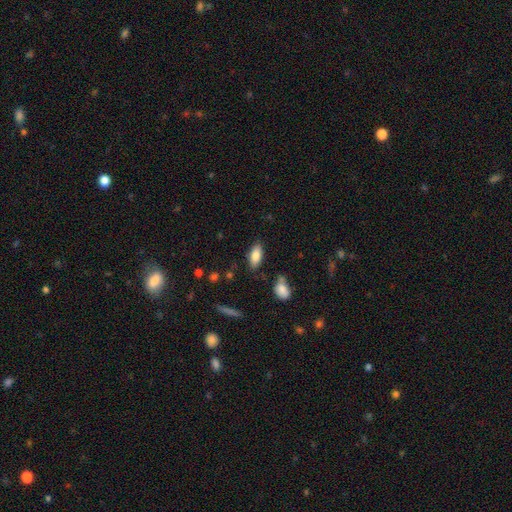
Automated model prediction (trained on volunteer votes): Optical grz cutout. It shows a smooth galaxy with no disk features (81%) that is in between round and cigar-shaped (84%). Merging: none (81%).